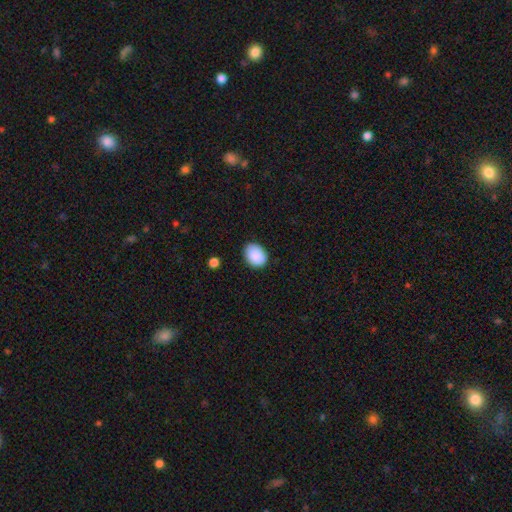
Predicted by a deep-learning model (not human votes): Smooth or featured? Predicted: smooth (p=0.89). How rounded? Predicted: in between (p=0.66). Merging? Predicted: none (p=0.83).